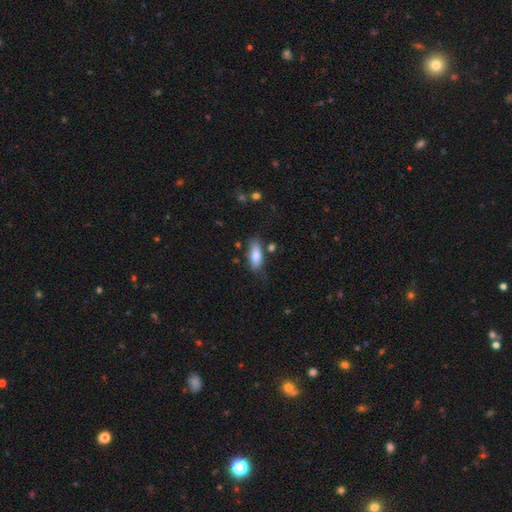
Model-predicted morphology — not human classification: This is clearly a smooth galaxy (80%). How rounded: likely in between (74%). Merging: likely none (65%).